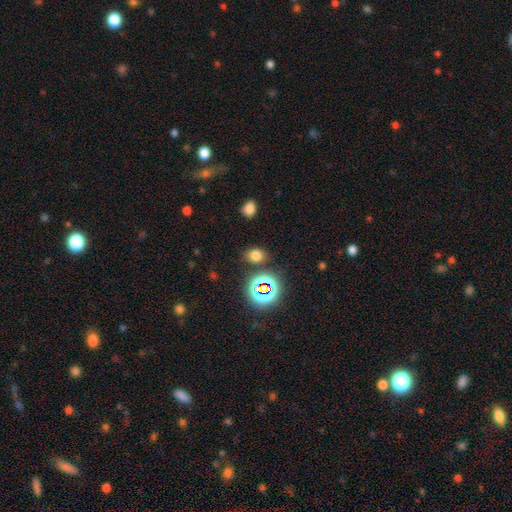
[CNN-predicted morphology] Smooth or featured? smooth (69%)
How rounded? in between (61%)
Merging? none (81%)